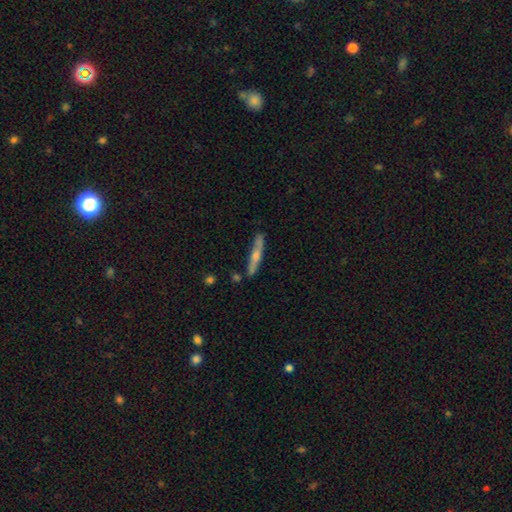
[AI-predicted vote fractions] Q: Smooth or featured?
A: featured or disk (50%); runner-up: smooth (44%)
Q: Edge-on disk?
A: yes (93%); runner-up: no (7%)
Q: Merging?
A: none (82%); runner-up: minor disturbance (12%)